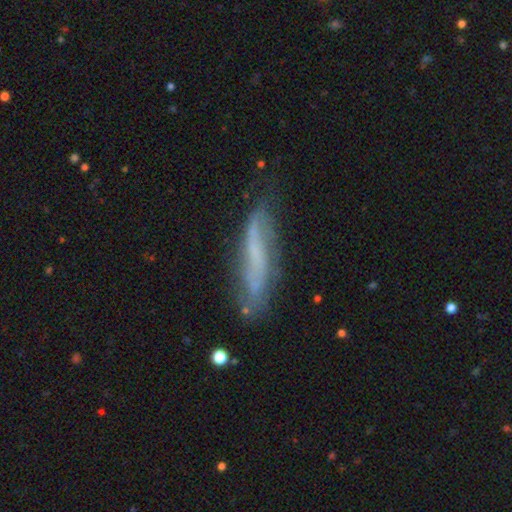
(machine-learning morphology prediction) The model was most divided on "edge-on disk": yes: 53%, no: 47%. More confident: merging — none (64%); smooth or featured — featured or disk (53%).